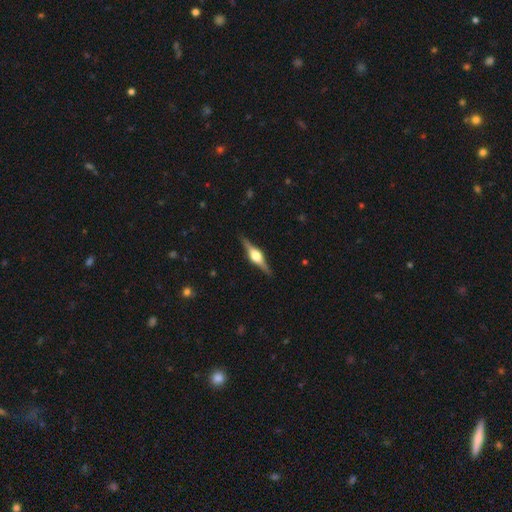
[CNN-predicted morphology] This is clearly a featured or disk galaxy (81%). It is clearly viewed edge-on (98%). Edge-on bulge: clearly rounded (92%). Merging: clearly none (90%).